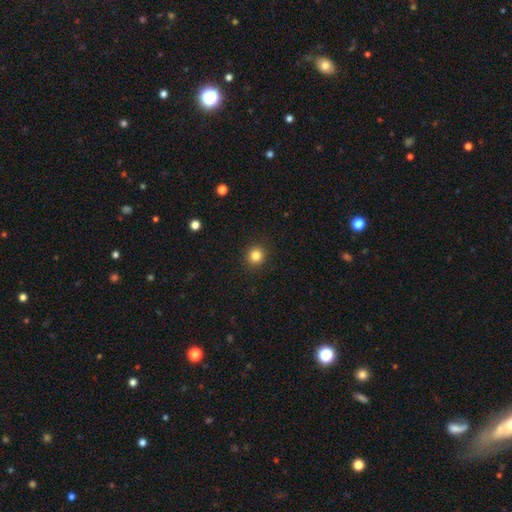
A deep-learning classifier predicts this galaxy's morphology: smooth-or-featured: smooth: 83% | star or artifact: 12% | featured or disk: 5%
  how-rounded: round: 93% | in between: 6% | cigar-shaped: 1%
  merging: none: 92% | minor disturbance: 5% | major disturbance: 2% | merger: 1%